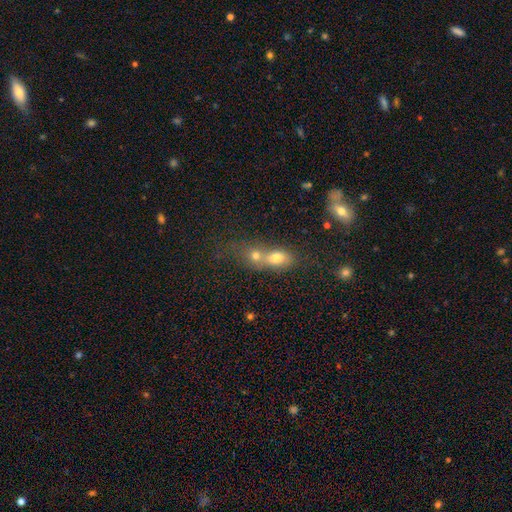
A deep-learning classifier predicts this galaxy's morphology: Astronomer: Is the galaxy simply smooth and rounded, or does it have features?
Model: smooth — 71%.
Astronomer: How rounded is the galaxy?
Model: round — 53% (runner-up: in between, 43%).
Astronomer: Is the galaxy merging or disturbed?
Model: merger — 71%.